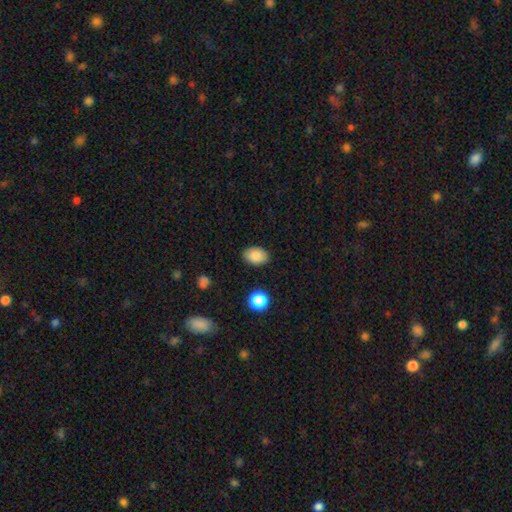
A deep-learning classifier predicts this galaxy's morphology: This appears to be a smooth galaxy with no disk features (85%) that is in between round and cigar-shaped (84%). Merging: none (88%).